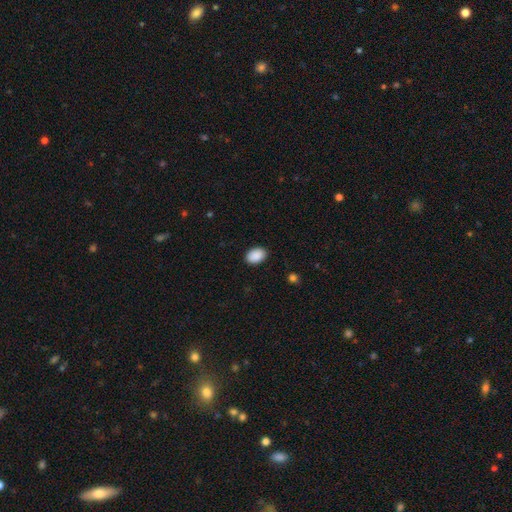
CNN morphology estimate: This appears to be a smooth galaxy with no disk features (90%) that is in between round and cigar-shaped (86%). Merging: none (89%).